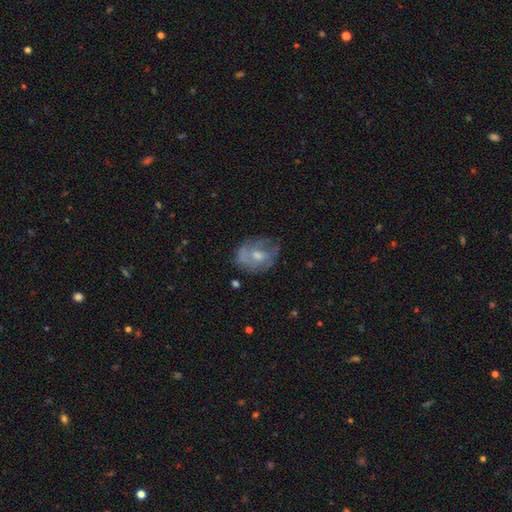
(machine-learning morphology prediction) Smooth or featured? Predicted: featured or disk (p=0.53). Edge-on disk? Predicted: no (p=0.96). Bar? Predicted: no (p=0.69). Spiral arms? Predicted: yes (p=0.53). Bulge size? Predicted: moderate (p=0.55). Merging? Predicted: none (p=0.55).